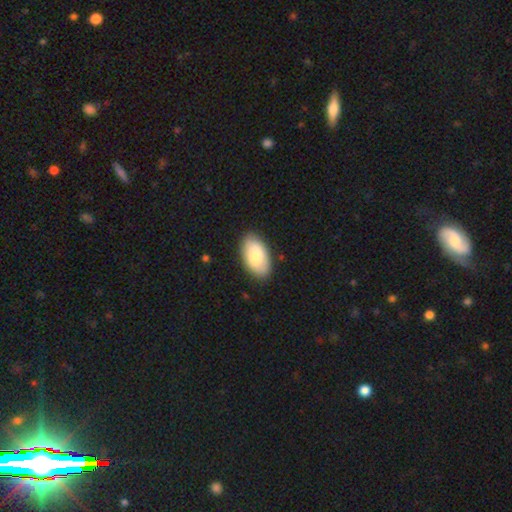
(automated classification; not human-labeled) Smooth or featured: smooth — 76% (featured or disk — 18%)
How rounded: in between — 95% (round — 3%)
Merging: none — 85% (minor disturbance — 11%)